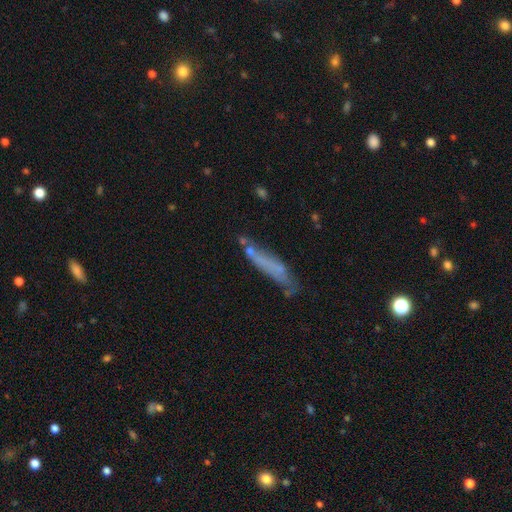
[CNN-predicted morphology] Q: Smooth or featured?
A: smooth (55%); runner-up: featured or disk (35%)
Q: How rounded?
A: cigar-shaped (81%); runner-up: in between (17%)
Q: Merging?
A: none (49%); runner-up: minor disturbance (25%)